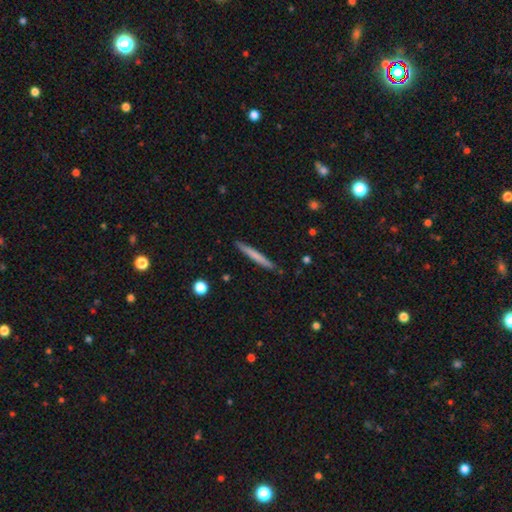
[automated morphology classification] Overall: smooth (66%; featured or disk 28%). How rounded: cigar-shaped (97%). Merging: none (90%).